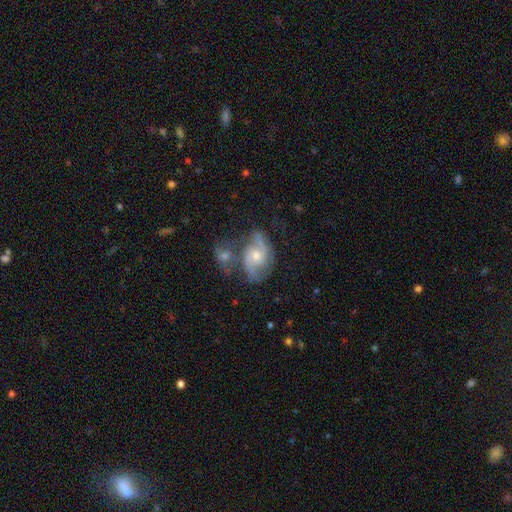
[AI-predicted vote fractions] Morphology: type=featured or disk (80%); edge-on=no (97%); bar=no (55%); spiral arms=yes (93%); winding=medium (54%); arm count=2 (84%); bulge=moderate (58%); merging=none (44%).